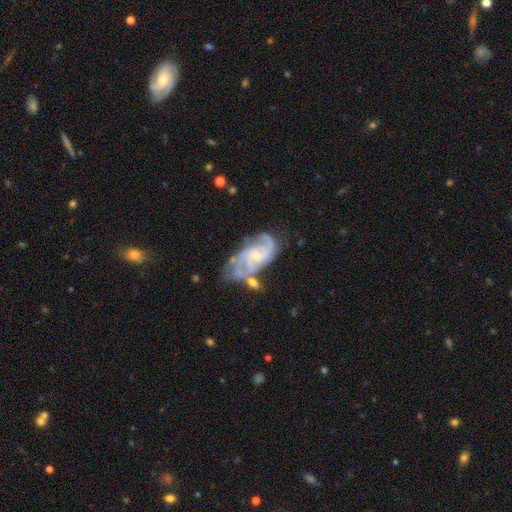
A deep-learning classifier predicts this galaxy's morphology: Smooth or featured: featured or disk — 86% (smooth — 8%)
Edge-on disk: no — 96% (yes — 4%)
Bar: no — 56% (weak — 36%)
Spiral arms: yes — 96% (no — 4%)
Spiral winding: medium — 46% (tight — 40%)
Spiral arm count: 2 — 40% (3 — 29%)
Bulge size: small — 65% (moderate — 27%)
Merging: none — 42% (minor disturbance — 23%)